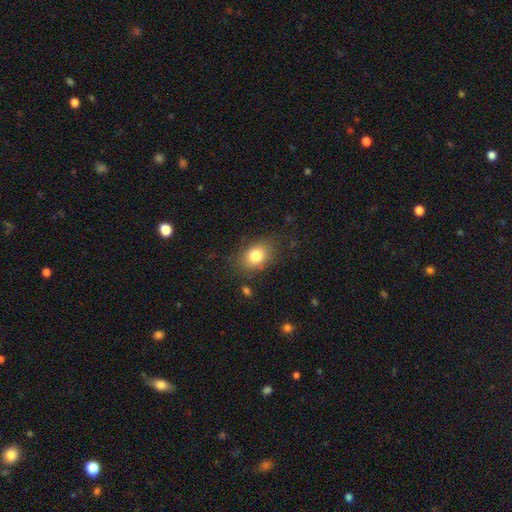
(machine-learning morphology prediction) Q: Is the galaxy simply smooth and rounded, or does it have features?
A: smooth — 80%.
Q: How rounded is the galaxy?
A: in between — 68%.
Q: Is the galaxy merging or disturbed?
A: none — 78%.